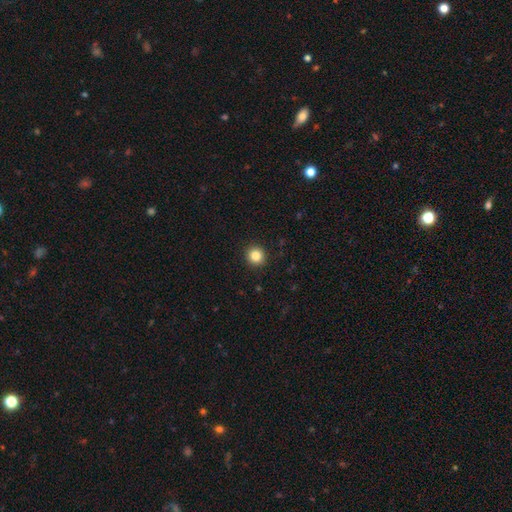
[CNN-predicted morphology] smooth 84%, star or artifact 11%, featured or disk 5%. Down the decision tree: how rounded — round (94%); merging — none (93%).